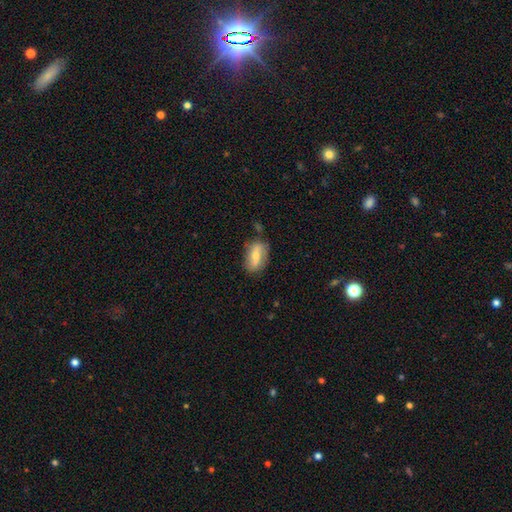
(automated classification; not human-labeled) This is possibly a smooth galaxy (57%). How rounded: clearly in between (84%). Merging: likely none (72%).